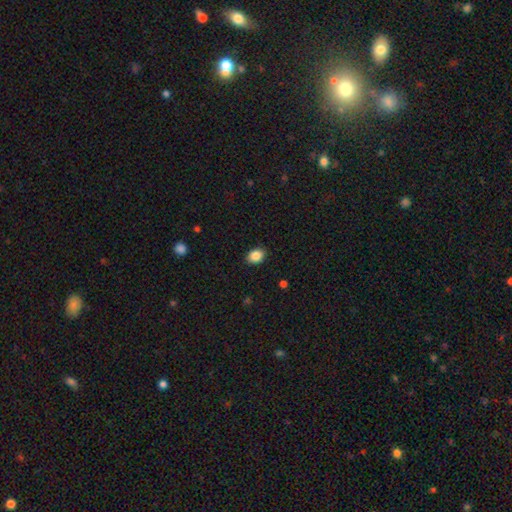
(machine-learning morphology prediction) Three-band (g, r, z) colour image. It shows a smooth galaxy with no disk features (87%) that is in between round and cigar-shaped (65%). Merging: none (89%).